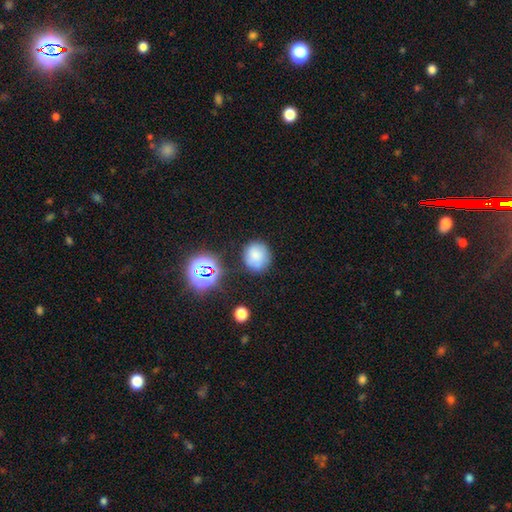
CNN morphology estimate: This appears to be a smooth galaxy with no disk features (76%) that is round (80%). Merging: none (74%).